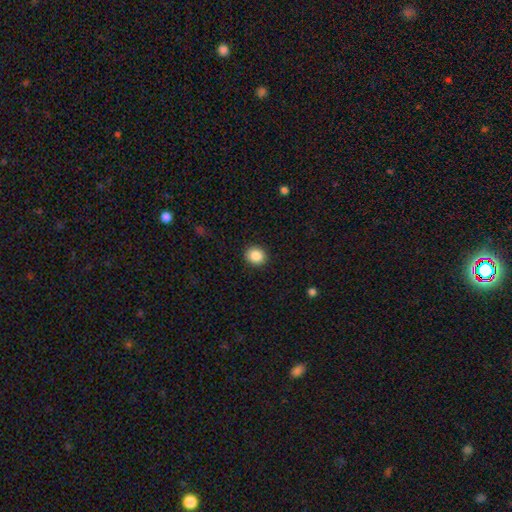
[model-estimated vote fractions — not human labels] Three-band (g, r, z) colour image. It shows a smooth galaxy with no disk features (88%) that is round (75%). Merging: none (91%).